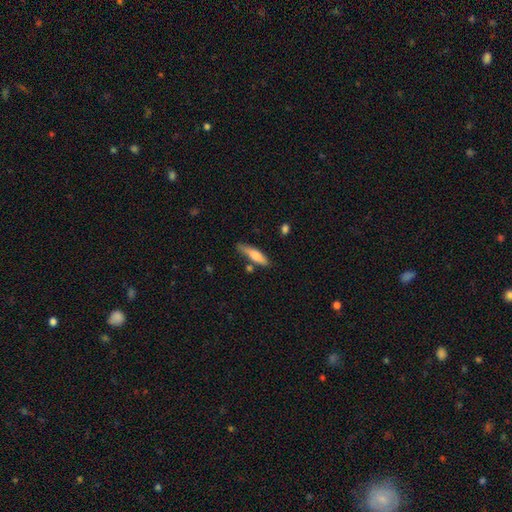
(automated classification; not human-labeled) Smooth or featured?
  - smooth: 71% *
  - featured or disk: 23%
  - star or artifact: 6%
How rounded?
  - cigar-shaped: 69% *
  - in between: 29%
  - round: 2%
Merging?
  - none: 66% *
  - minor disturbance: 22%
  - merger: 7%
  - major disturbance: 5%